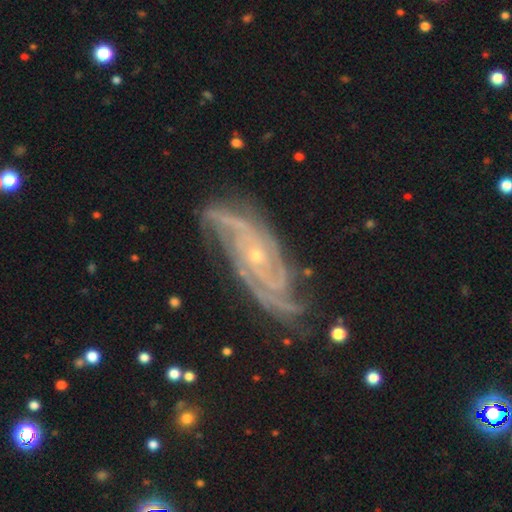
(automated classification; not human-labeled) Smooth or featured? Predicted: featured or disk (p=0.90). Edge-on disk? Predicted: no (p=0.93). Bar? Predicted: no (p=0.70). Spiral arms? Predicted: yes (p=0.98). Spiral winding? Predicted: tight (p=0.56). Spiral arm count? Predicted: 3 (p=0.27). Bulge size? Predicted: small (p=0.78). Merging? Predicted: none (p=0.75).